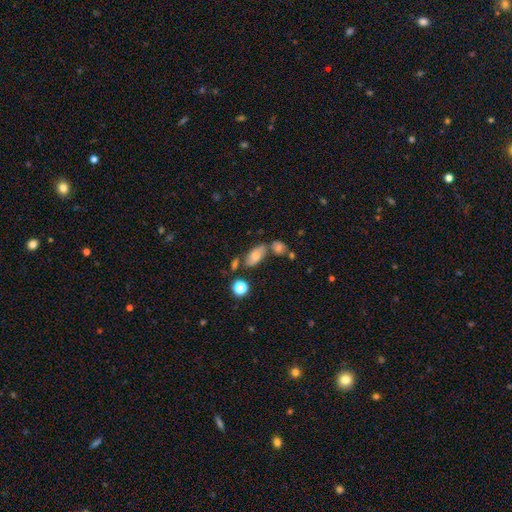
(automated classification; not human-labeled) smooth_or_featured: smooth (p=0.62) [alt: featured or disk p=0.26]
how_rounded: in between (p=0.84) [alt: cigar-shaped p=0.10]
merging: none (p=0.60) [alt: merger p=0.21]